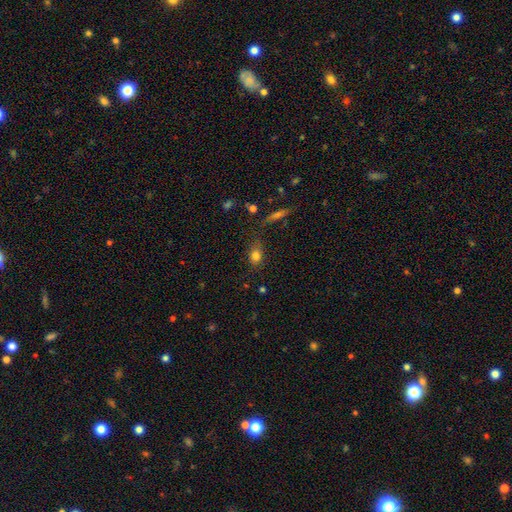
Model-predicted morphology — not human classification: smooth_or_featured: smooth (p=0.80) [alt: star or artifact p=0.12]
how_rounded: in between (p=0.64) [alt: round p=0.32]
merging: none (p=0.63) [alt: minor disturbance p=0.22]